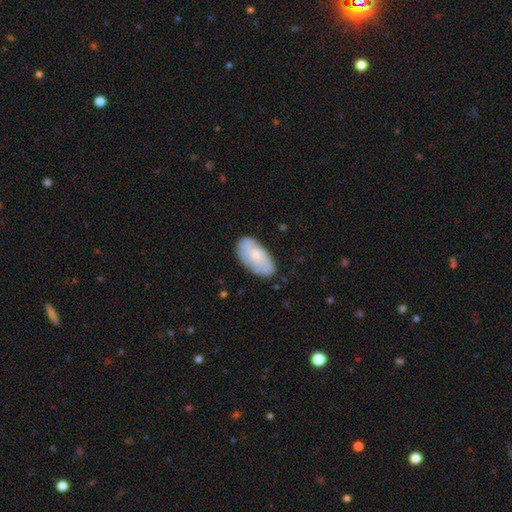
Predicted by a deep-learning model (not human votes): Smooth or featured? smooth (56%)
How rounded? in between (93%)
Merging? none (76%)